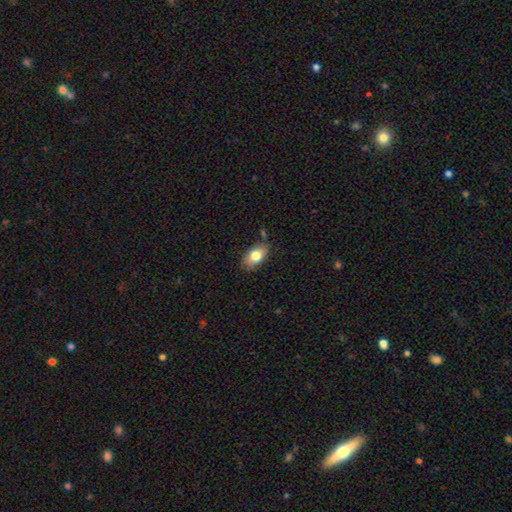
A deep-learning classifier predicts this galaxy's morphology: This appears to be a smooth galaxy with no disk features (78%) that is in between round and cigar-shaped (90%). Merging: none (74%).